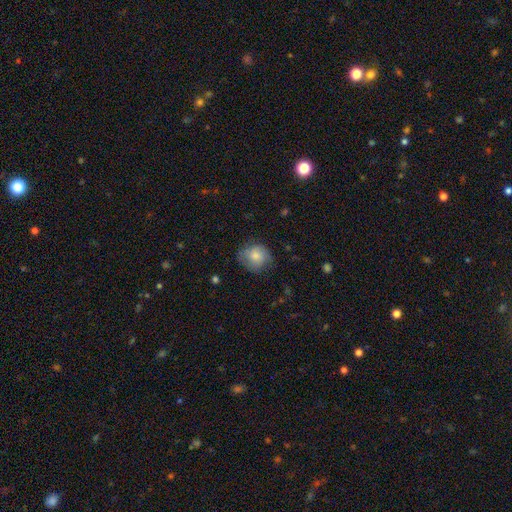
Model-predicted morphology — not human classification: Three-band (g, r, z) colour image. It shows a smooth galaxy with no disk features (78%) that is round (79%). Merging: none (65%).